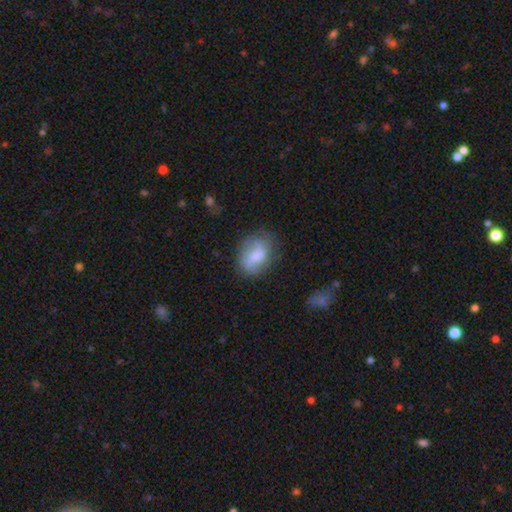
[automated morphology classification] smooth 67%, featured or disk 25%, star or artifact 8%. Down the decision tree: how rounded — in between (75%); merging — none (58%).